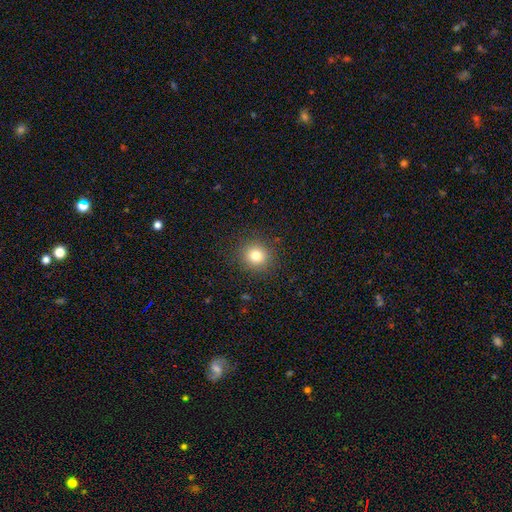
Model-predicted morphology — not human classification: This appears to be a smooth galaxy with no disk features (80%) that is round (89%). Merging: none (90%).